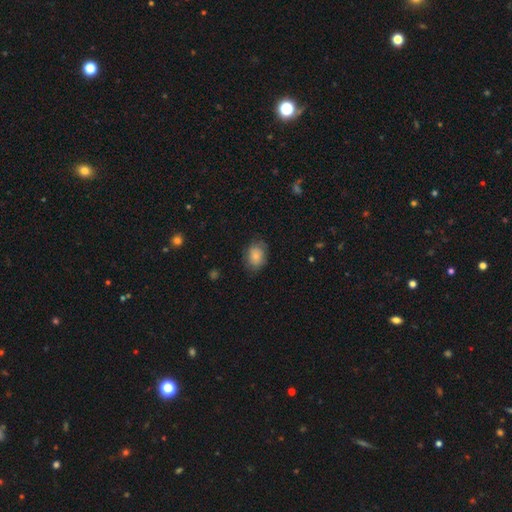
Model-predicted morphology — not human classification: Smooth or featured? smooth (82%)
How rounded? in between (71%)
Merging? none (75%)